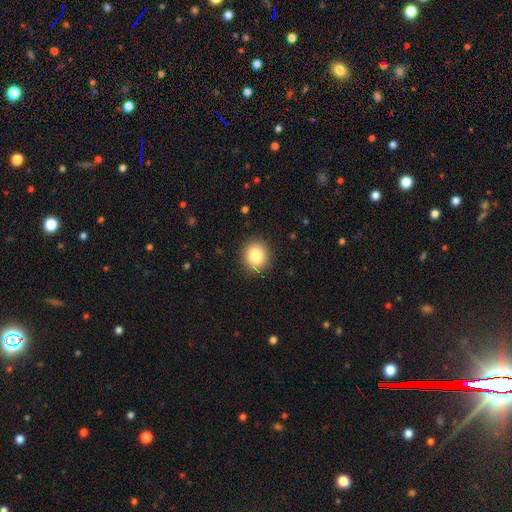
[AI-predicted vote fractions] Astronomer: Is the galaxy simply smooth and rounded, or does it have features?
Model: smooth — 84%.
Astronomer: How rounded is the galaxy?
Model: round — 80%.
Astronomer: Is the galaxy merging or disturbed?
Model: none — 89%.